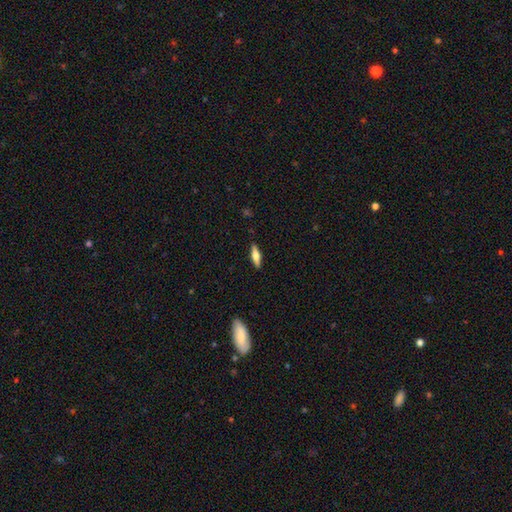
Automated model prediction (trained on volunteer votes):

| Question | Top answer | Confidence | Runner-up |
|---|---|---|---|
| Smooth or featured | smooth | 48% | featured or disk (46%) |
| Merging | none | 89% | minor disturbance (8%) |